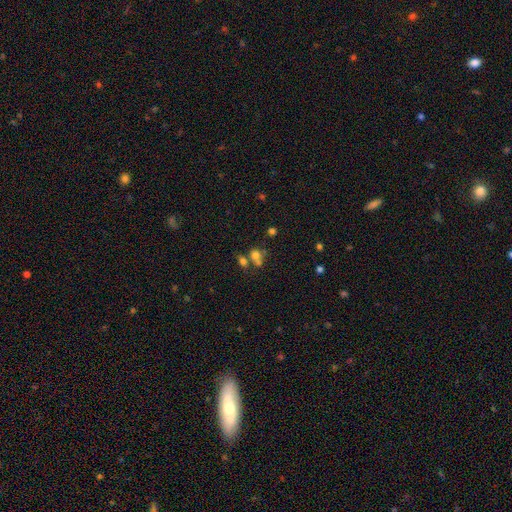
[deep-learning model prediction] Smooth or featured?
  - smooth: 69% *
  - star or artifact: 18%
  - featured or disk: 14%
How rounded?
  - round: 61% *
  - in between: 38%
  - cigar-shaped: 2%
Merging?
  - merger: 44% *
  - none: 40%
  - minor disturbance: 10%
  - major disturbance: 6%